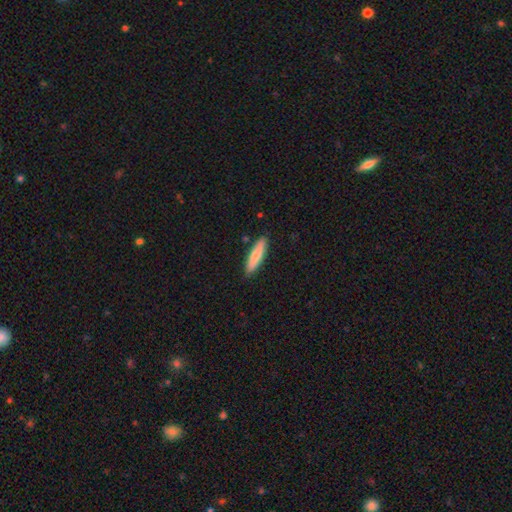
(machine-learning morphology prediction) This appears to be a smooth galaxy with no disk features (77%) that is cigar-shaped (75%). Merging: none (87%).